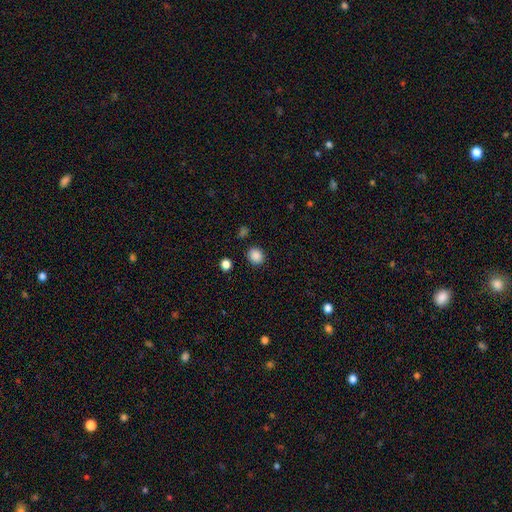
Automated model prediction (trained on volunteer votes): This appears to be a smooth galaxy with no disk features (87%) that is round (74%). Merging: none (87%).